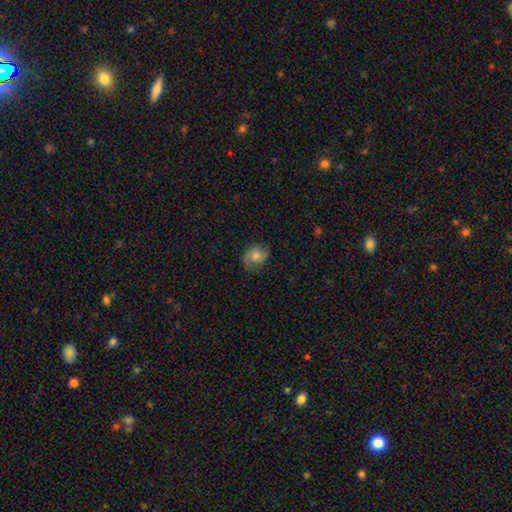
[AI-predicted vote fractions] Smooth or featured?
  - featured or disk: 49% *
  - smooth: 42%
  - star or artifact: 10%
Merging?
  - none: 73% *
  - minor disturbance: 19%
  - major disturbance: 7%
  - merger: 1%